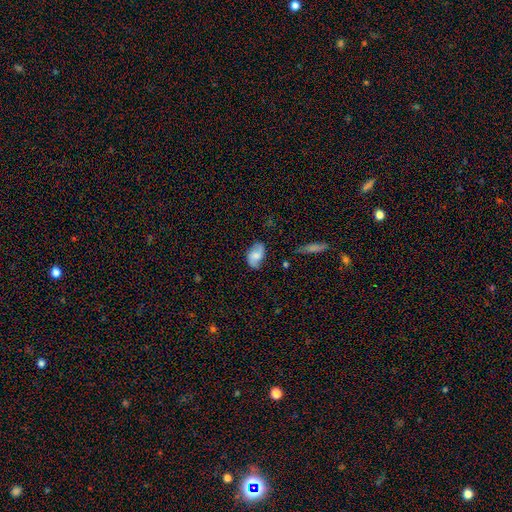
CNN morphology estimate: Smooth or featured? Predicted: smooth (p=0.51). How rounded? Predicted: in between (p=0.89). Merging? Predicted: none (p=0.71).